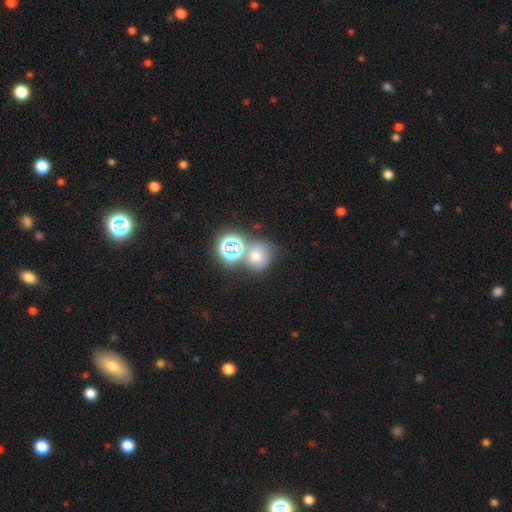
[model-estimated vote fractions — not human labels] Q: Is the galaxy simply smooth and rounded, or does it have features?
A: smooth — 61%.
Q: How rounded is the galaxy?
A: round — 78%.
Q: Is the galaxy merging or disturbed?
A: none — 52%.